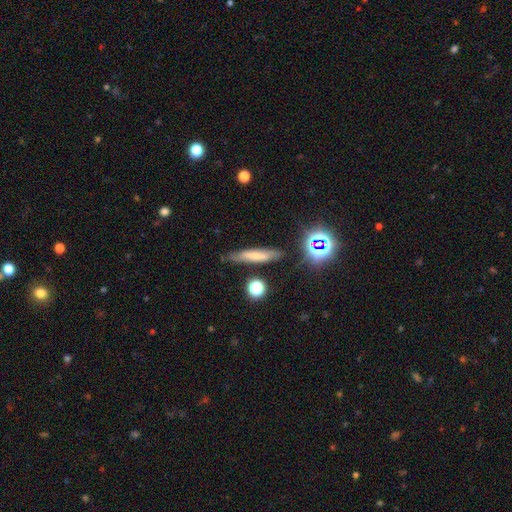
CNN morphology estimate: smooth_or_featured: smooth (p=0.55) [alt: featured or disk p=0.31]
how_rounded: cigar-shaped (p=0.80) [alt: in between p=0.15]
merging: none (p=0.76) [alt: minor disturbance p=0.16]